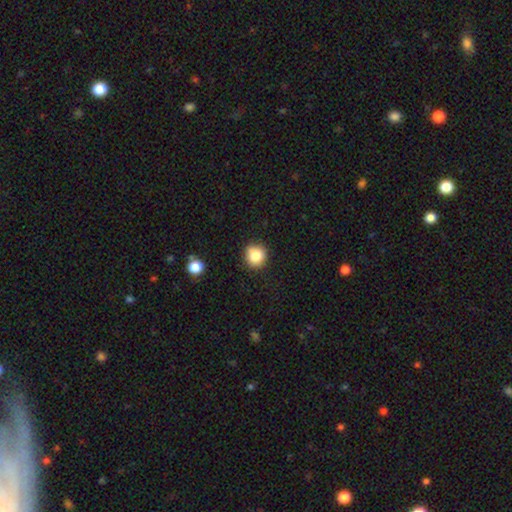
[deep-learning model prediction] The model was most divided on "merging": none: 84%, minor disturbance: 12%, major disturbance: 2%, merger: 2%. More confident: how rounded — round (89%); smooth or featured — smooth (83%).